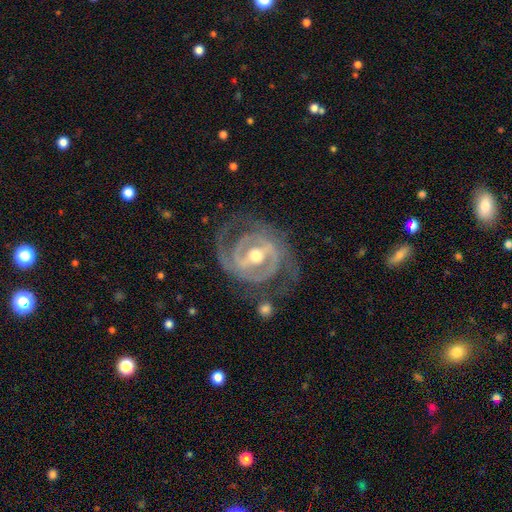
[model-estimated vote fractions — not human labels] Q: Smooth or featured?
A: featured or disk (91%); runner-up: smooth (5%)
Q: Edge-on disk?
A: no (97%); runner-up: yes (3%)
Q: Bar?
A: strong (55%); runner-up: weak (33%)
Q: Spiral arms?
A: yes (95%); runner-up: no (5%)
Q: Spiral winding?
A: tight (60%); runner-up: medium (33%)
Q: Spiral arm count?
A: 2 (67%); runner-up: 3 (14%)
Q: Bulge size?
A: moderate (73%); runner-up: small (20%)
Q: Merging?
A: none (70%); runner-up: minor disturbance (17%)